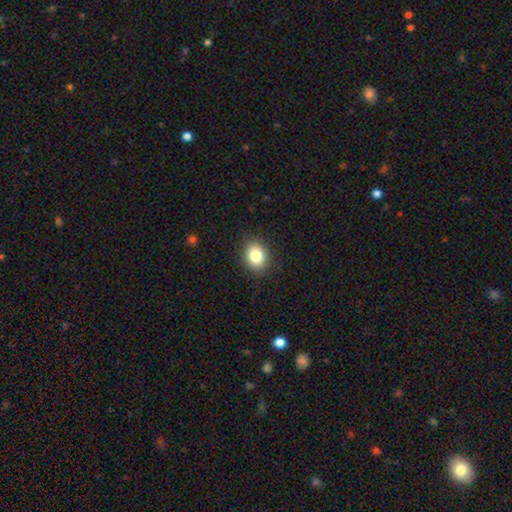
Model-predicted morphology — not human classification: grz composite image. It shows a smooth galaxy with no disk features (82%) that is round (51%). Merging: none (89%).